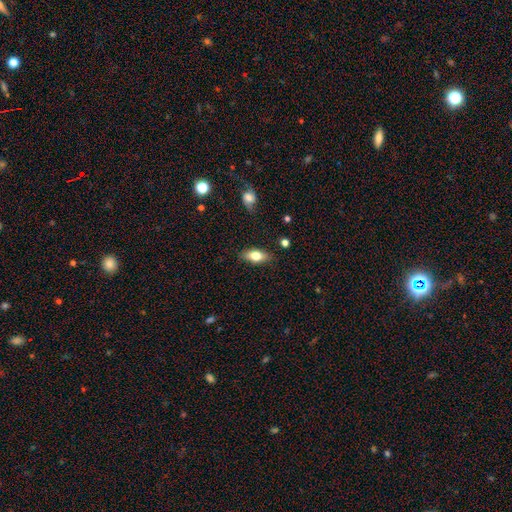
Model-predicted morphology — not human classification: This is likely a smooth galaxy (72%). How rounded: clearly in between (83%). Merging: clearly none (84%).